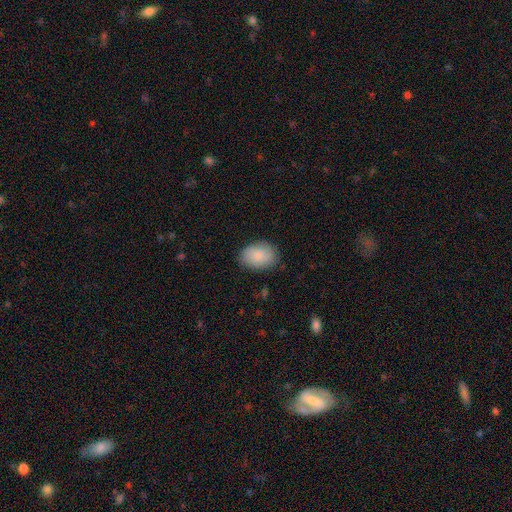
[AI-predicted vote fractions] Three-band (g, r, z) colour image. It shows a smooth galaxy with no disk features (85%) that is in between round and cigar-shaped (82%). Merging: none (83%).